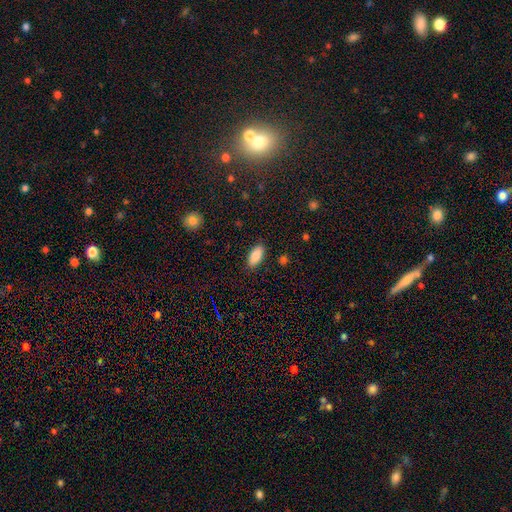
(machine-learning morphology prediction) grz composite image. It shows a smooth galaxy with no disk features (87%) that is in between round and cigar-shaped (91%). Merging: none (87%).